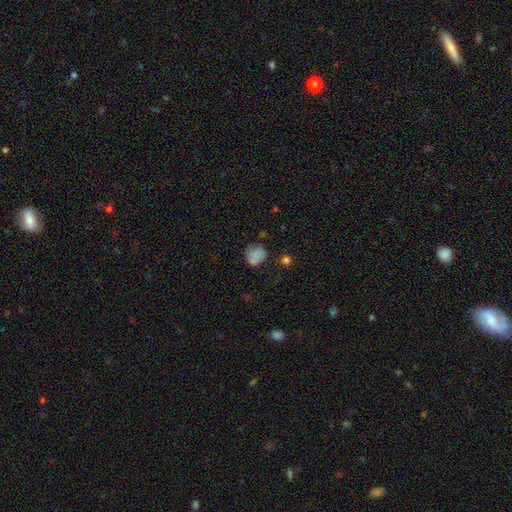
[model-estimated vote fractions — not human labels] The model was most divided on "merging": none: 61%, minor disturbance: 26%, major disturbance: 8%, merger: 6%. More confident: smooth or featured — smooth (79%); how rounded — round (73%).